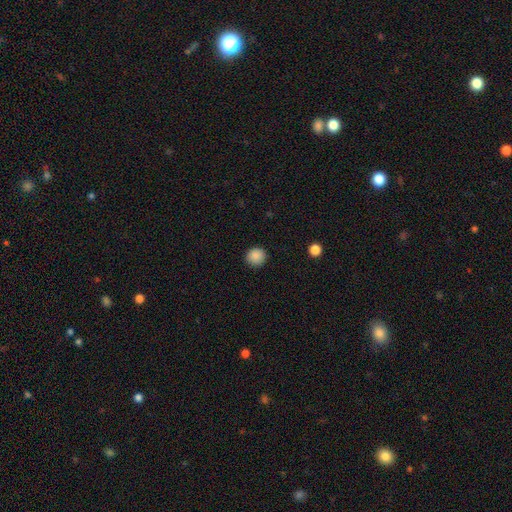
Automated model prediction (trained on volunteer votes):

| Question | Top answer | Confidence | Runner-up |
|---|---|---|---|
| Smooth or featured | smooth | 88% | star or artifact (9%) |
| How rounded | round | 93% | in between (6%) |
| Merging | none | 91% | minor disturbance (6%) |